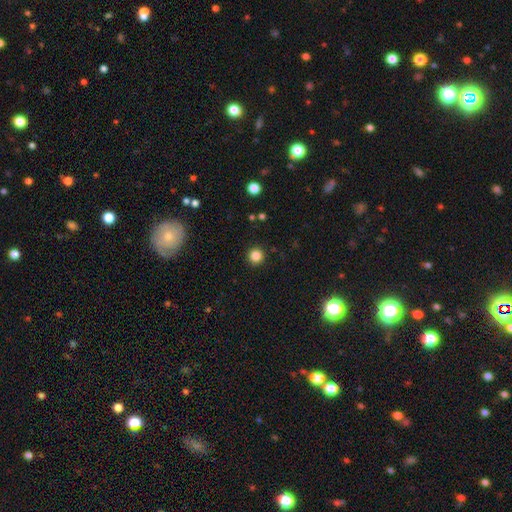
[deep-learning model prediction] smooth-or-featured: smooth: 84% | star or artifact: 12% | featured or disk: 4%
  how-rounded: round: 95% | in between: 4% | cigar-shaped: 1%
  merging: none: 92% | minor disturbance: 5% | major disturbance: 2% | merger: 1%